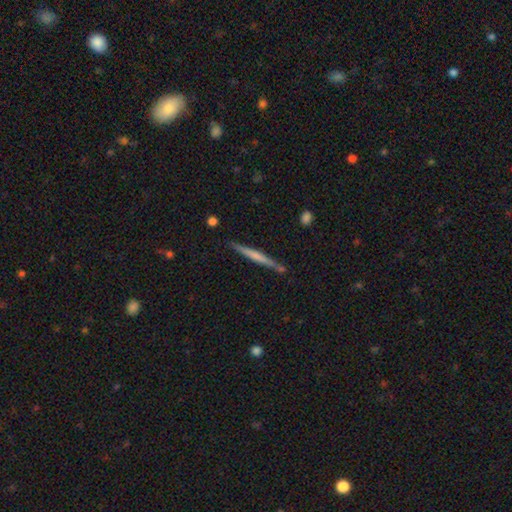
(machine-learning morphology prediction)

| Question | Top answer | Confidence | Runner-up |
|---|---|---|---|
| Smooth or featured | featured or disk | 50% | smooth (45%) |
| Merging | none | 84% | minor disturbance (10%) |